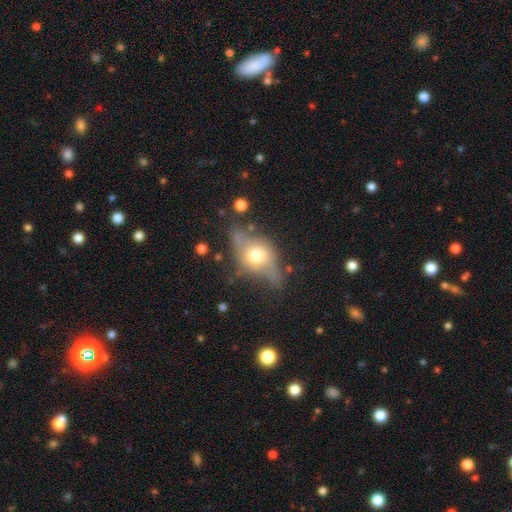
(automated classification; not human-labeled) Smooth or featured?
  - featured or disk: 51% *
  - smooth: 40%
  - star or artifact: 9%
Edge-on disk?
  - yes: 55% *
  - no: 45%
Merging?
  - none: 56% *
  - minor disturbance: 25%
  - major disturbance: 14%
  - merger: 4%